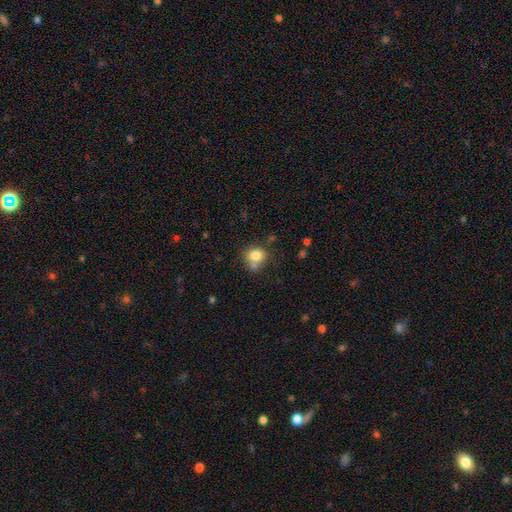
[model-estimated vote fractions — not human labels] This appears to be a smooth galaxy with no disk features (79%) that is round (74%). Merging: none (56%).